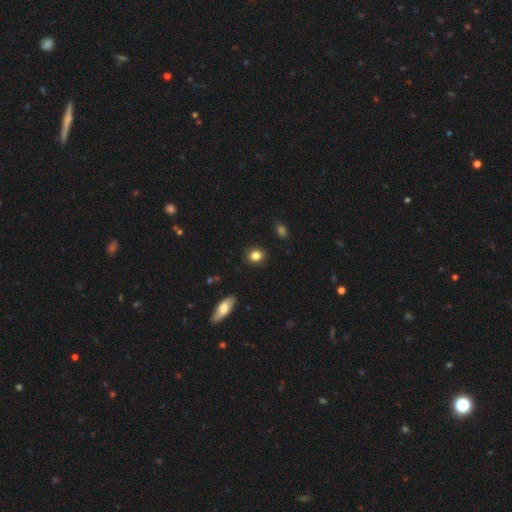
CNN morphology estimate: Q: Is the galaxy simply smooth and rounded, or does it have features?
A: smooth — 85%.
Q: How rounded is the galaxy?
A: round — 64%.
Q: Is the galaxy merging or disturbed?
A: none — 89%.